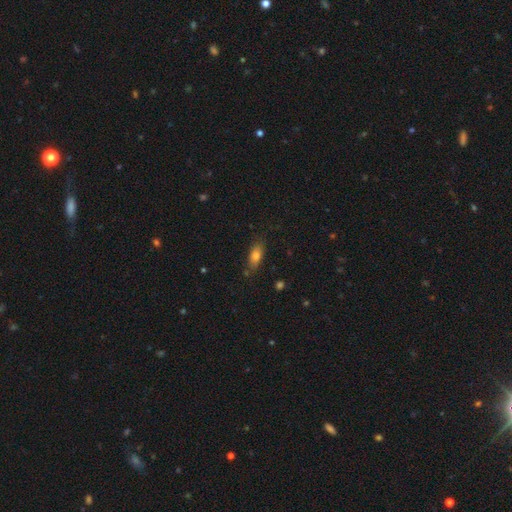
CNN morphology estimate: smooth_or_featured: smooth (p=0.77) [alt: featured or disk p=0.14]
how_rounded: in between (p=0.76) [alt: cigar-shaped p=0.20]
merging: none (p=0.75) [alt: minor disturbance p=0.18]